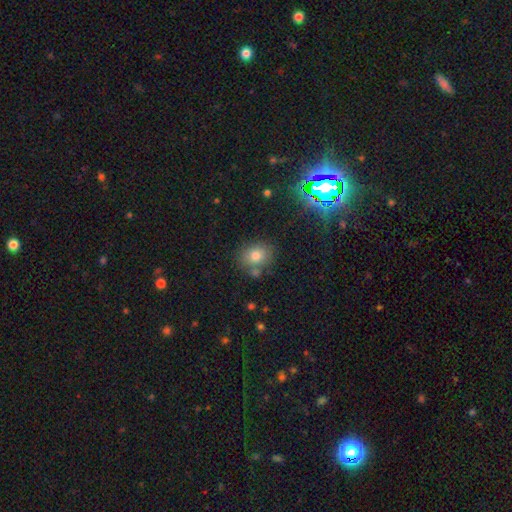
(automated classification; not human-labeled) Q: Smooth or featured?
A: smooth (79%); runner-up: star or artifact (12%)
Q: How rounded?
A: round (55%); runner-up: in between (44%)
Q: Merging?
A: none (72%); runner-up: minor disturbance (14%)